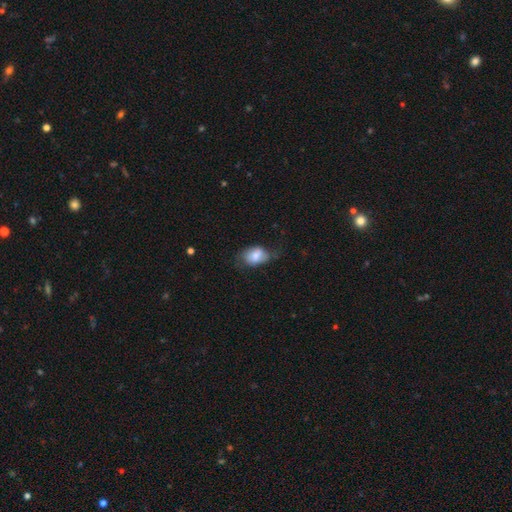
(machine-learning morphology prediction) type=smooth (70%); roundness=in between (79%); merging=none (44%).